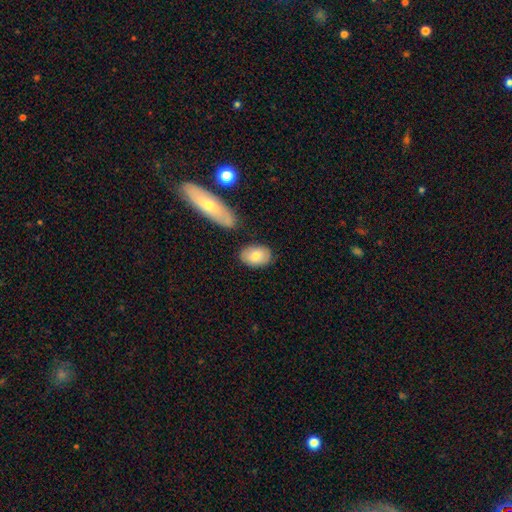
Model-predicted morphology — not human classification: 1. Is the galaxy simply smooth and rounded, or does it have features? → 78% smooth, 16% featured or disk, 6% star or artifact.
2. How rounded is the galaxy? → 86% in between, 12% round, 2% cigar-shaped.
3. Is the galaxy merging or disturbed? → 77% none, 13% minor disturbance, 6% merger, 3% major disturbance.